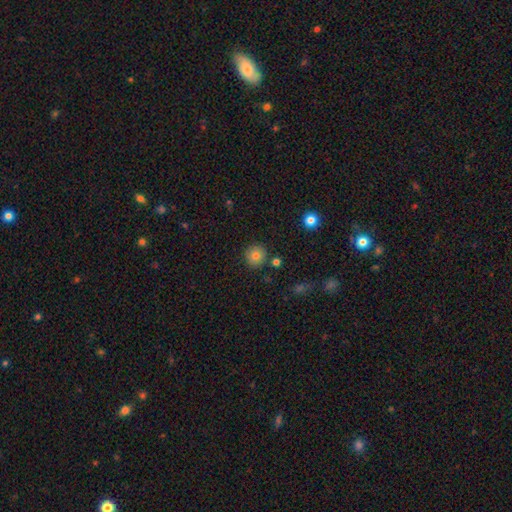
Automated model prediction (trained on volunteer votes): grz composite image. It shows a smooth galaxy with no disk features (79%) that is round (93%). Merging: none (87%).